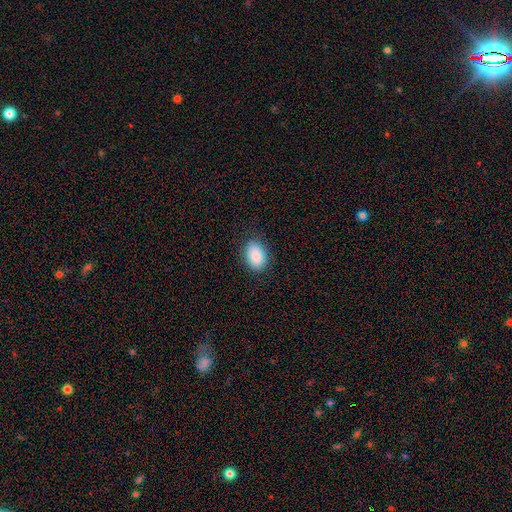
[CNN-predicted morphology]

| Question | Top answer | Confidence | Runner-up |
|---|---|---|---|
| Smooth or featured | smooth | 89% | star or artifact (7%) |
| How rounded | in between | 85% | round (14%) |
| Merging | none | 82% | minor disturbance (14%) |